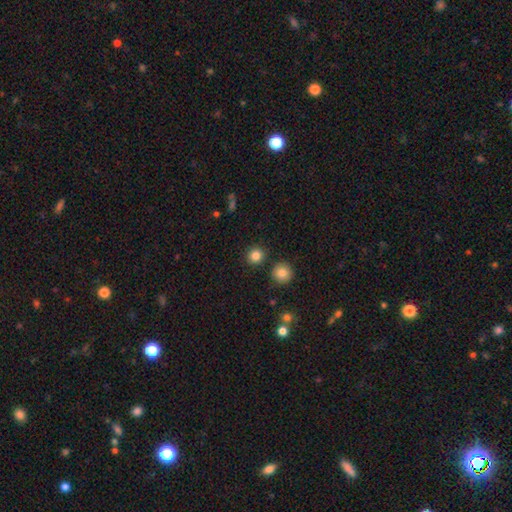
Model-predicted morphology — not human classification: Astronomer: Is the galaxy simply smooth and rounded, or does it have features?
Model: smooth — 84%.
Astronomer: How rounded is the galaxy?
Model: round — 91%.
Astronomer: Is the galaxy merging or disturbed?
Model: none — 88%.